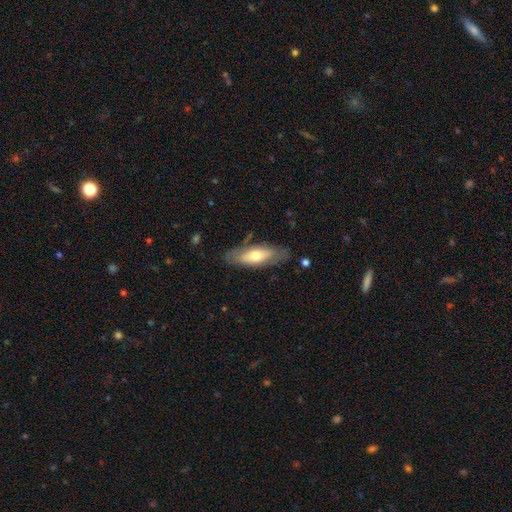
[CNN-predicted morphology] The model was most divided on "smooth or featured": smooth: 54%, featured or disk: 40%, star or artifact: 6%. More confident: merging — none (76%); how rounded — in between (64%).